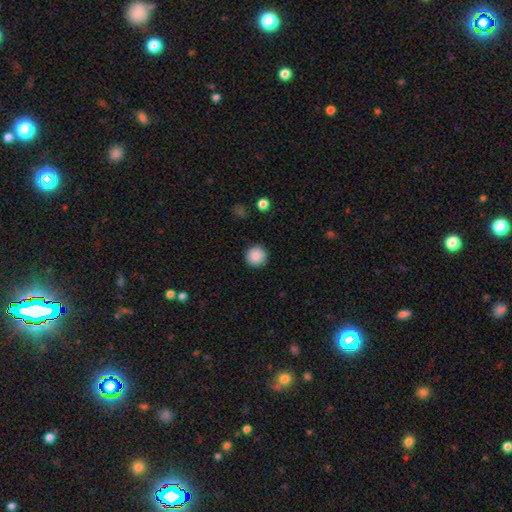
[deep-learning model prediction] Smooth or featured? Predicted: smooth (p=0.89). How rounded? Predicted: round (p=0.95). Merging? Predicted: none (p=0.92).